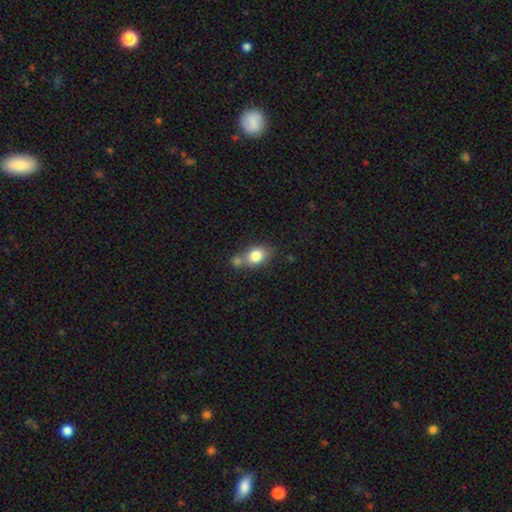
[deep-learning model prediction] Smooth or featured? smooth (80%)
How rounded? in between (70%)
Merging? none (44%)